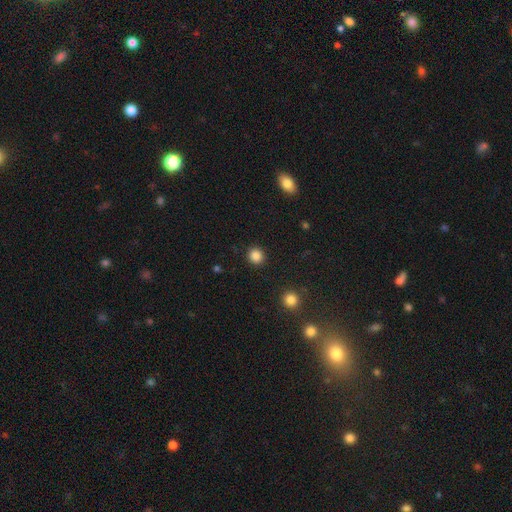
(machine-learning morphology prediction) Smooth or featured?
  - smooth: 86% *
  - star or artifact: 11%
  - featured or disk: 3%
How rounded?
  - round: 91% *
  - in between: 8%
  - cigar-shaped: 1%
Merging?
  - none: 92% *
  - minor disturbance: 5%
  - major disturbance: 2%
  - merger: 1%